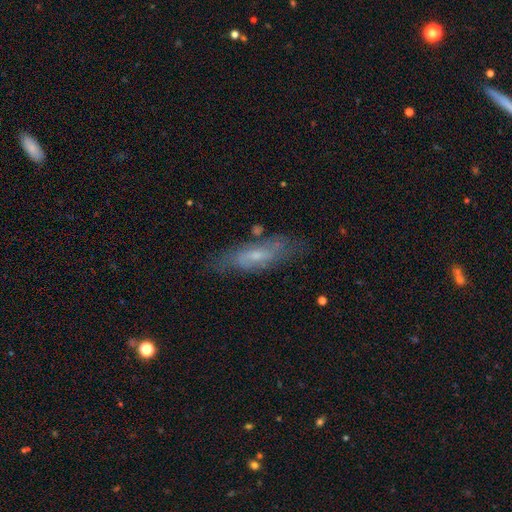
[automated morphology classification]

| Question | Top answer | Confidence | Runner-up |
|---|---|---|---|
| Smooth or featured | featured or disk | 57% | smooth (34%) |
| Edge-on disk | no | 71% | yes (29%) |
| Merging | none | 73% | minor disturbance (18%) |